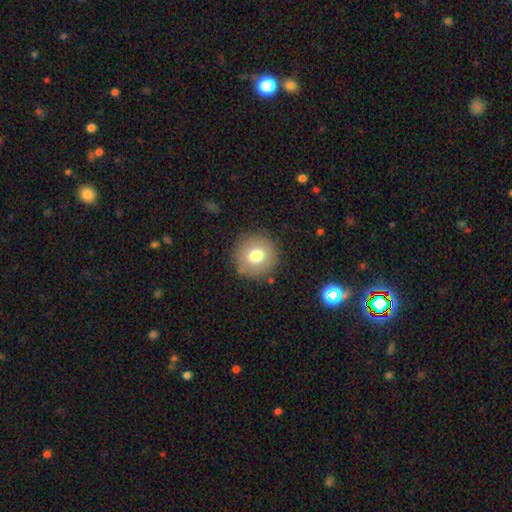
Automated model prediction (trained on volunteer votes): smooth 75%, featured or disk 14%, star or artifact 10%. Down the decision tree: how rounded — round (95%); merging — none (88%).